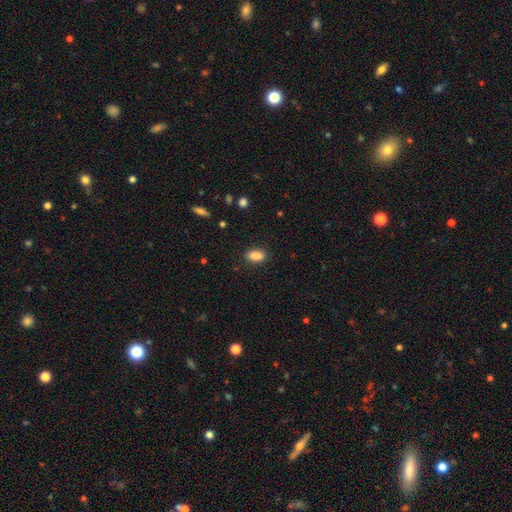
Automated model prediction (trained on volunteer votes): Smooth or featured? smooth (88%)
How rounded? in between (88%)
Merging? none (87%)